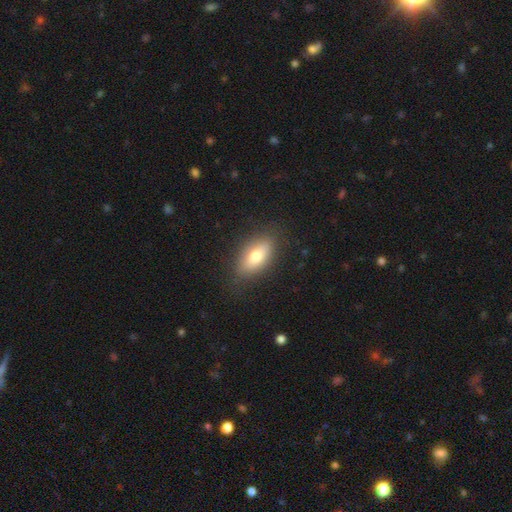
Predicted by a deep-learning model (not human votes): smooth 73%, featured or disk 19%, star or artifact 8%. Down the decision tree: how rounded — in between (86%); merging — none (83%).